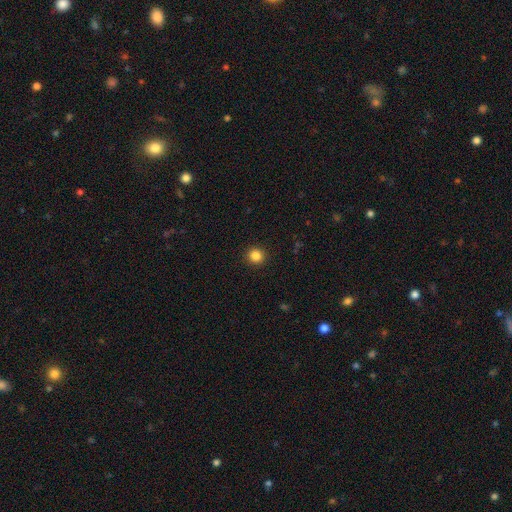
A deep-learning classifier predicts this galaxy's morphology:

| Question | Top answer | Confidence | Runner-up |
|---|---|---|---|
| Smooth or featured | smooth | 85% | star or artifact (11%) |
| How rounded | round | 92% | in between (7%) |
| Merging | none | 93% | minor disturbance (5%) |